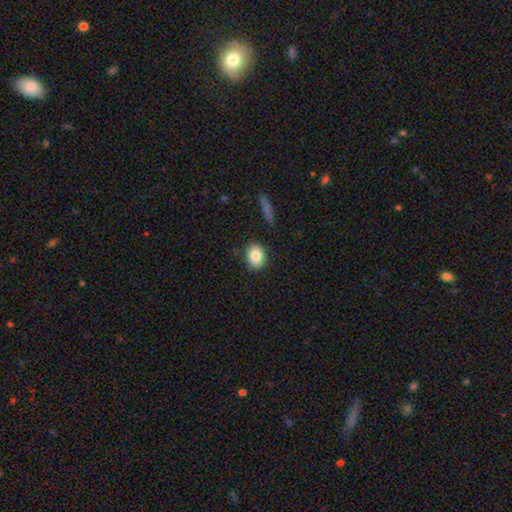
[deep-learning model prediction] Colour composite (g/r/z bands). It shows a smooth galaxy with no disk features (83%) that is in between round and cigar-shaped (56%). Merging: none (87%).